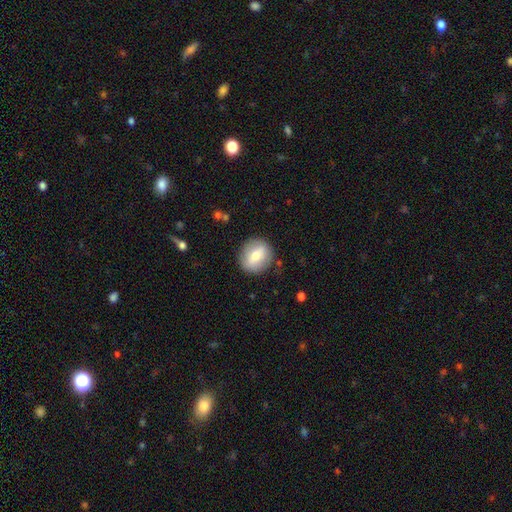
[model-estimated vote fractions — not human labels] Smooth or featured? Predicted: smooth (p=0.63). How rounded? Predicted: round (p=0.83). Merging? Predicted: none (p=0.86).